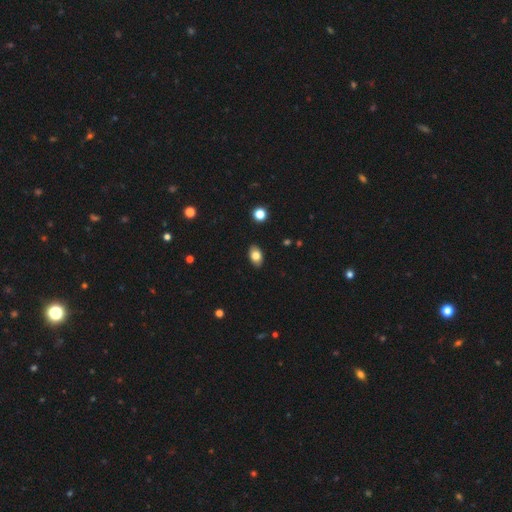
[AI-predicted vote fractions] Overall: smooth (80%). How rounded: in between (87%). Merging: none (89%).